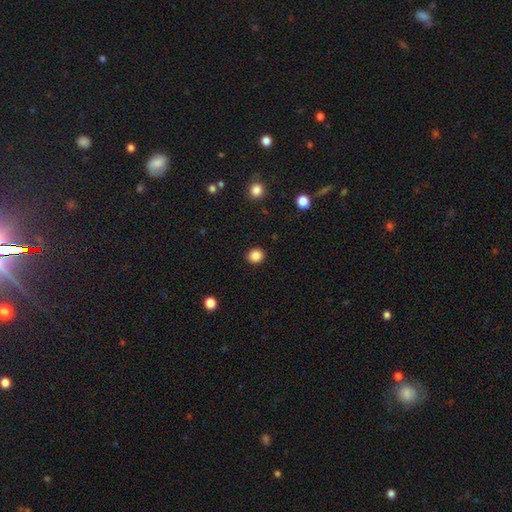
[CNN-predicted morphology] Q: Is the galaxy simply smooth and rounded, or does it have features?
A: smooth — 86%.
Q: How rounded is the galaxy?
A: round — 82%.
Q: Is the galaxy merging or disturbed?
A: none — 91%.